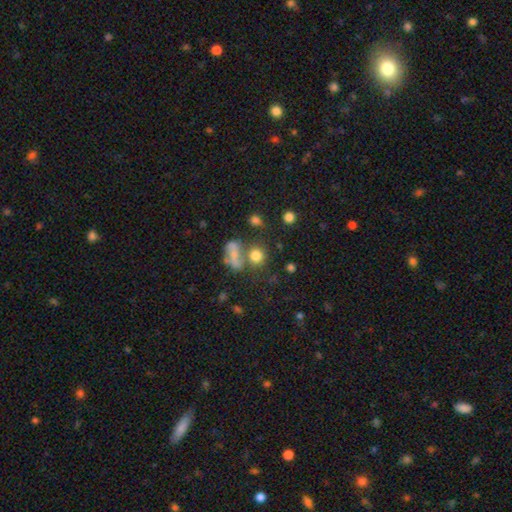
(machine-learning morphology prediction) Overall: smooth (74%). How rounded: round (80%). Merging: none (54%; merger 26%).